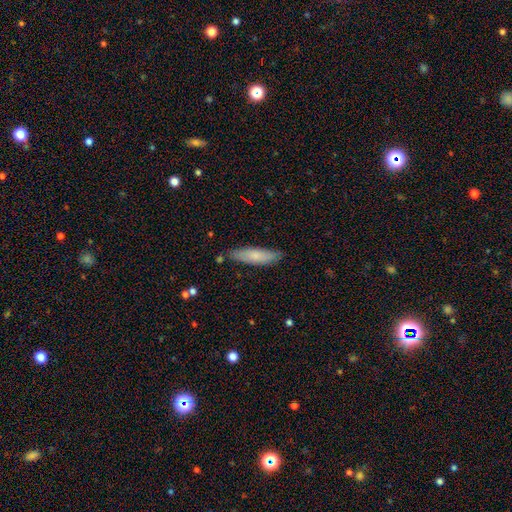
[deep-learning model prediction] Smooth or featured: smooth — 75% (featured or disk — 19%)
How rounded: cigar-shaped — 68% (in between — 30%)
Merging: none — 83% (minor disturbance — 13%)